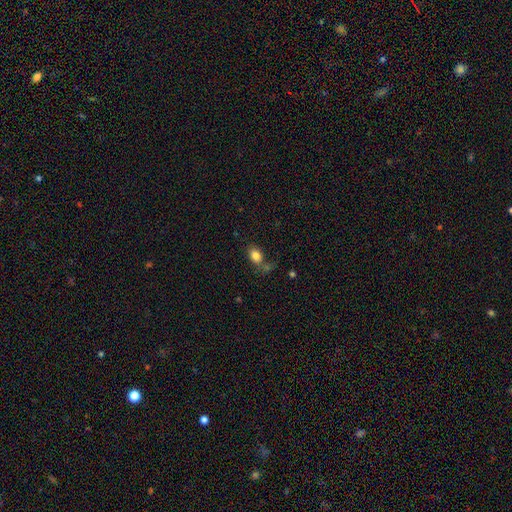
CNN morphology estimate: smooth-or-featured: smooth: 83% | star or artifact: 10% | featured or disk: 8%
  how-rounded: in between: 76% | round: 23% | cigar-shaped: 2%
  merging: none: 60% | minor disturbance: 17% | merger: 15% | major disturbance: 8%